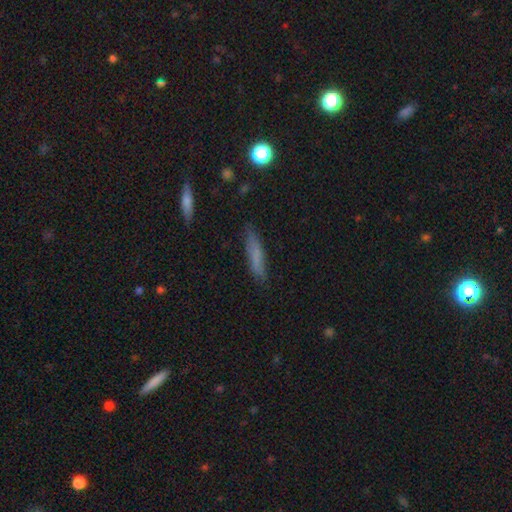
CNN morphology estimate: Smooth or featured? smooth (70%)
How rounded? cigar-shaped (83%)
Merging? none (81%)